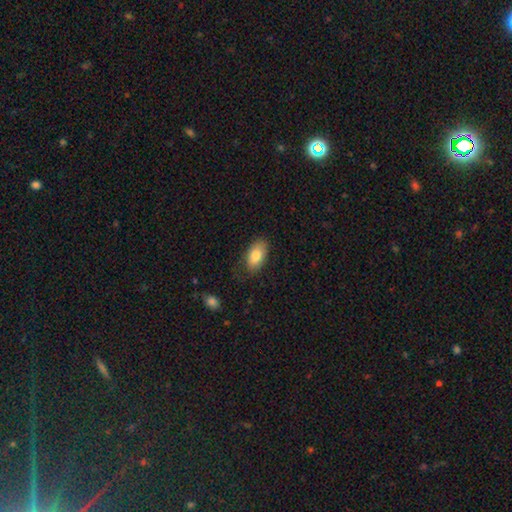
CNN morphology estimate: A smooth galaxy with no disk features (82%) that is in between round and cigar-shaped (93%). Merging: none (72%).